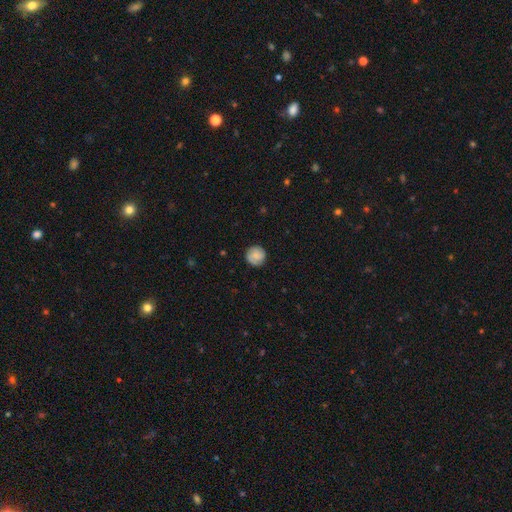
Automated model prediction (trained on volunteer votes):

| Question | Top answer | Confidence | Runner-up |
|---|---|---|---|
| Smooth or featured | smooth | 76% | featured or disk (16%) |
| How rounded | round | 94% | in between (5%) |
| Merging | none | 86% | minor disturbance (10%) |